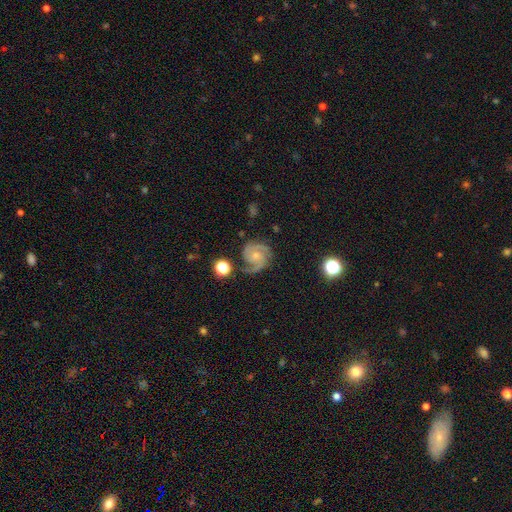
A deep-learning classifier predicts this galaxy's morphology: Smooth or featured: featured or disk — 88% (smooth — 6%)
Edge-on disk: no — 98% (yes — 2%)
Bar: no — 70% (weak — 25%)
Spiral arms: yes — 98% (no — 2%)
Spiral winding: medium — 47% (tight — 45%)
Spiral arm count: 2 — 70% (3 — 18%)
Bulge size: small — 61% (moderate — 32%)
Merging: none — 73% (minor disturbance — 17%)